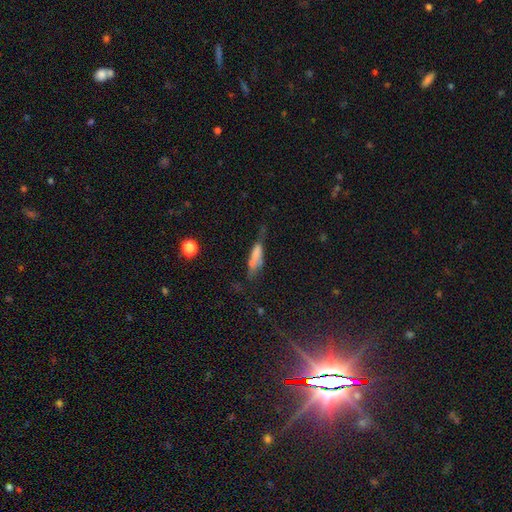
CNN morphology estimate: type=smooth (59%); roundness=cigar-shaped (57%); merging=none (37%).